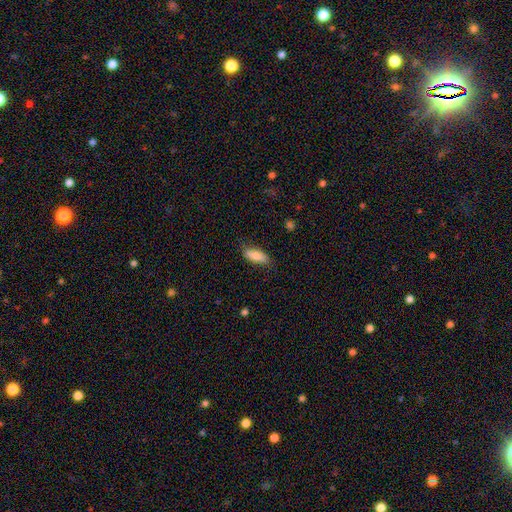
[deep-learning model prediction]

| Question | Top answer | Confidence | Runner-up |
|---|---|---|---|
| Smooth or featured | smooth | 82% | featured or disk (12%) |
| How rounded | in between | 72% | cigar-shaped (26%) |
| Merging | none | 79% | minor disturbance (16%) |